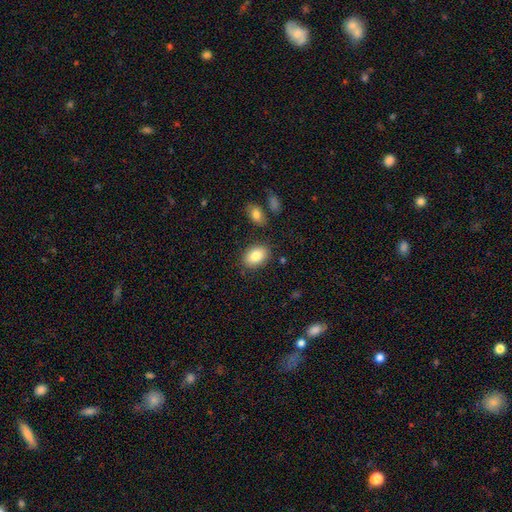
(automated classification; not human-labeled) Smooth or featured: smooth — 83% (featured or disk — 10%)
How rounded: in between — 84% (round — 14%)
Merging: none — 84% (minor disturbance — 10%)